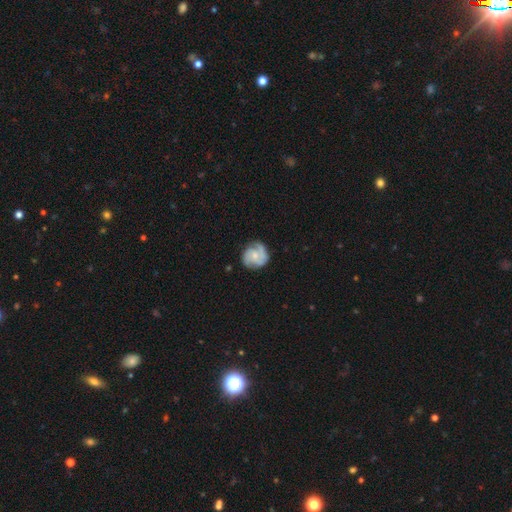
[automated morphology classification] featured or disk 73%, smooth 21%, star or artifact 6%. Down the decision tree: edge-on disk — no (98%); bar — no (69%); spiral arms — yes (94%); spiral arm count — 3 (42%); spiral winding — tight (46%); bulge size — small (55%); merging — none (71%).